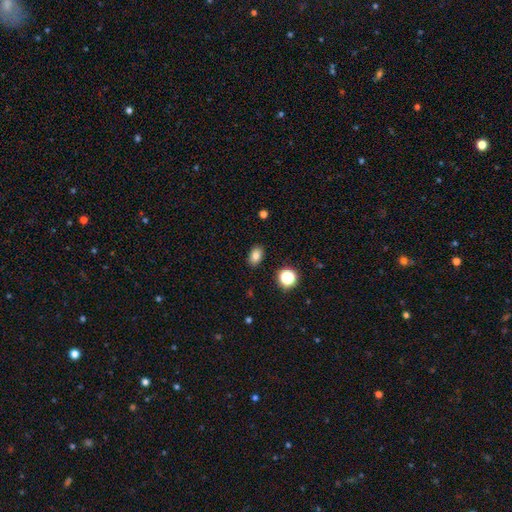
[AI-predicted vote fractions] Q: Smooth or featured?
A: smooth (82%); runner-up: star or artifact (12%)
Q: How rounded?
A: in between (81%); runner-up: round (17%)
Q: Merging?
A: none (88%); runner-up: minor disturbance (8%)